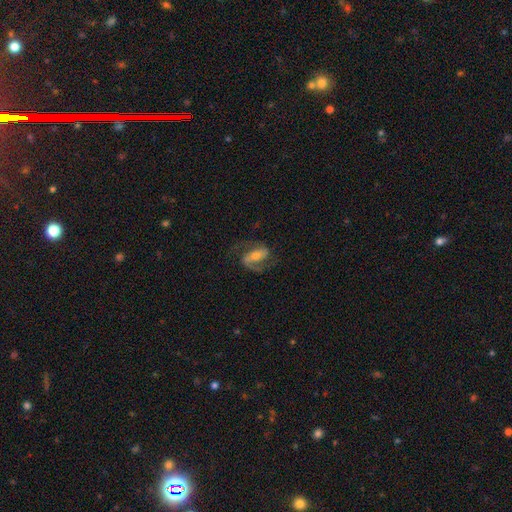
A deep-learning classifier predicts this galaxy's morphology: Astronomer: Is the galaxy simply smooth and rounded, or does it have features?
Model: featured or disk — 85%.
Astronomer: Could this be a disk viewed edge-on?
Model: no — 97%.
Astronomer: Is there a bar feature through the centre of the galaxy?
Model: strong — 39% (runner-up: weak, 37%).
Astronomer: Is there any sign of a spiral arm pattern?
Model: yes — 96%.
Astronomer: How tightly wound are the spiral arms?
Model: medium — 55%.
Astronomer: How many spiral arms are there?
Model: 2 — 89%.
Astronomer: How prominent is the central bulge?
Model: moderate — 47% (runner-up: small, 45%).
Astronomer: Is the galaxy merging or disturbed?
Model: none — 73%.